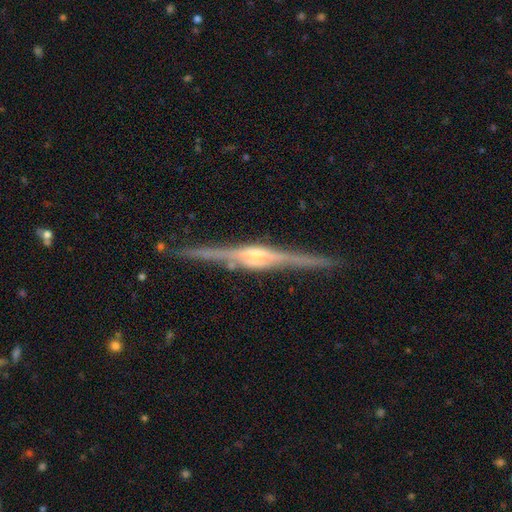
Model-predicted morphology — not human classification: This appears to be a featured or disk galaxy (88%) viewed edge-on (98%) with a rounded central bulge (73%). Merging: none (87%).